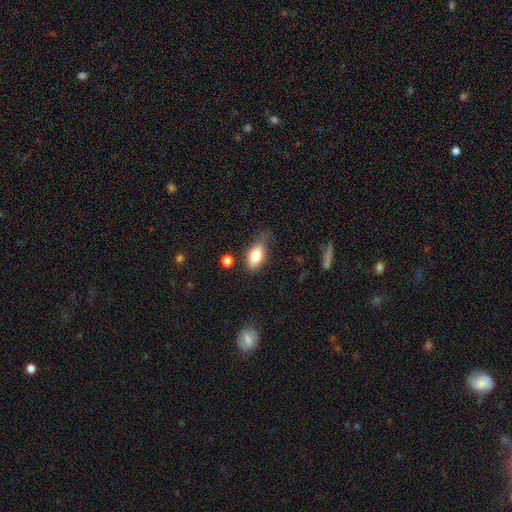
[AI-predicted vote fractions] The model was most divided on "merging": none: 55%, minor disturbance: 31%, major disturbance: 10%, merger: 4%. More confident: how rounded — in between (85%); smooth or featured — smooth (77%).